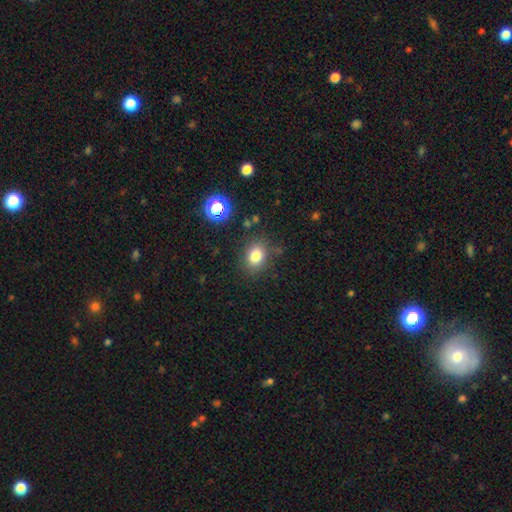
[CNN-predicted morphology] This is likely a smooth galaxy (80%). How rounded: possibly round (50%). Merging: clearly none (82%).